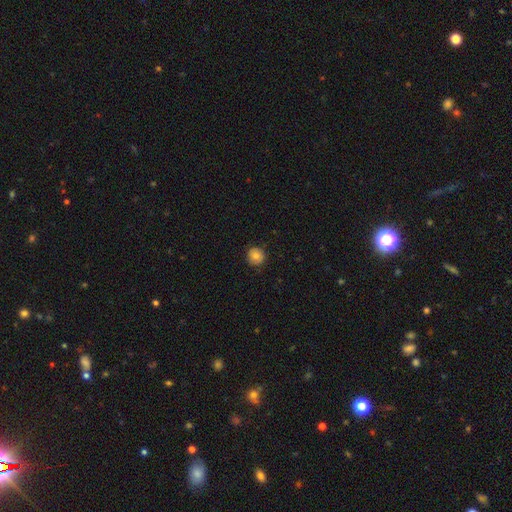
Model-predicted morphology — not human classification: A smooth galaxy with no disk features (79%) that is round (93%). Merging: none (86%).